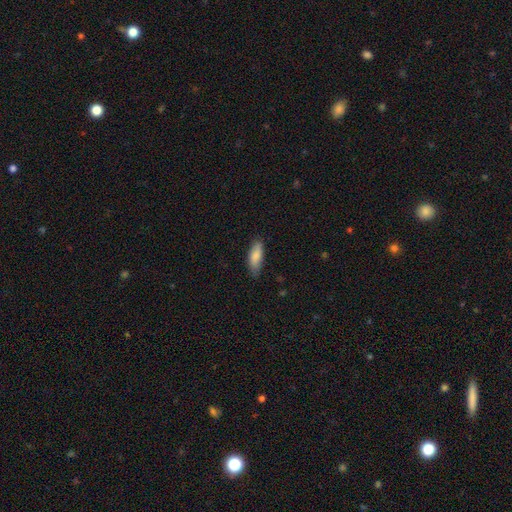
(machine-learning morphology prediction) This is clearly a smooth galaxy (84%). How rounded: likely in between (70%). Merging: likely none (77%).